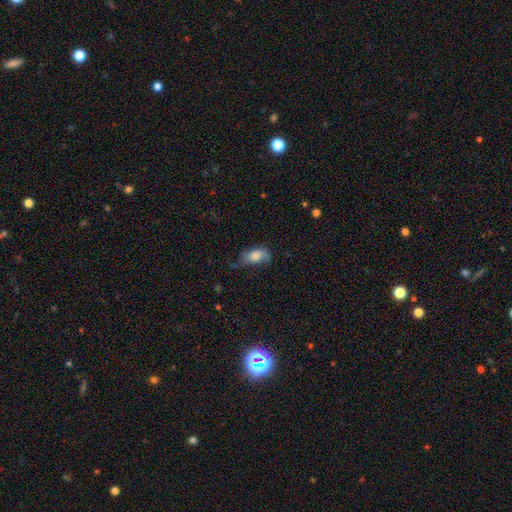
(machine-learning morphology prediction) Smooth or featured?
  - smooth: 69% *
  - featured or disk: 22%
  - star or artifact: 8%
How rounded?
  - in between: 89% *
  - round: 6%
  - cigar-shaped: 5%
Merging?
  - none: 49% *
  - minor disturbance: 33%
  - major disturbance: 17%
  - merger: 2%